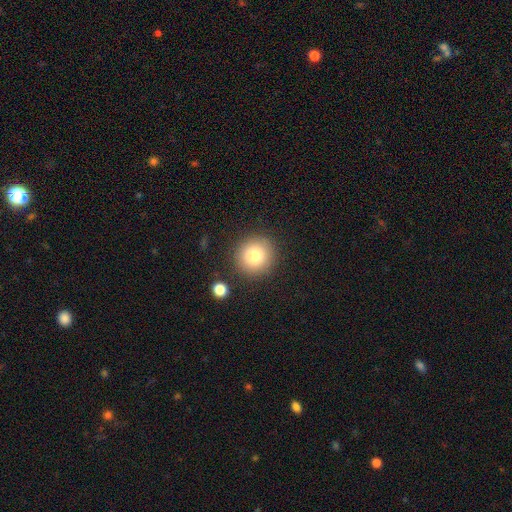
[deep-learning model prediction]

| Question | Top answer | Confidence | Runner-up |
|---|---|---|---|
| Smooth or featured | smooth | 80% | star or artifact (11%) |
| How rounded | round | 91% | in between (9%) |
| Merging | none | 84% | minor disturbance (9%) |